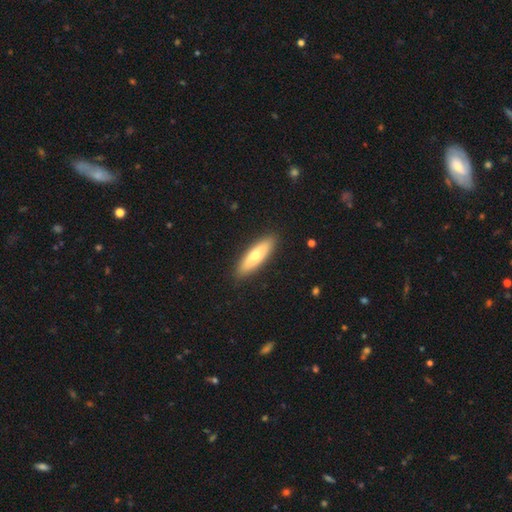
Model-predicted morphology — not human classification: Q: Smooth or featured?
A: smooth (62%); runner-up: featured or disk (33%)
Q: How rounded?
A: cigar-shaped (57%); runner-up: in between (41%)
Q: Merging?
A: none (90%); runner-up: minor disturbance (8%)